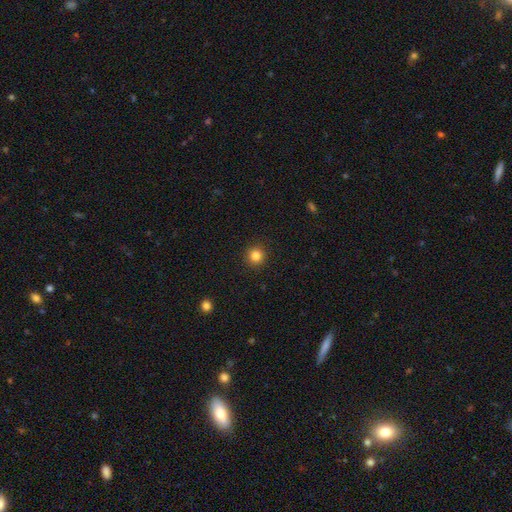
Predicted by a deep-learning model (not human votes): Smooth or featured: smooth — 84% (star or artifact — 12%)
How rounded: round — 94% (in between — 5%)
Merging: none — 92% (minor disturbance — 5%)